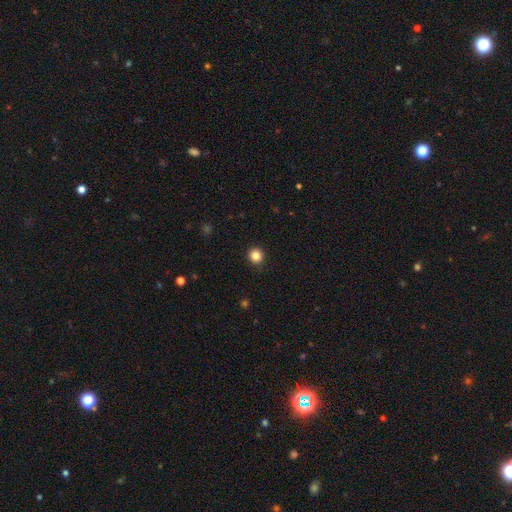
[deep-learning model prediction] This appears to be a smooth galaxy with no disk features (85%) that is round (92%). Merging: none (91%).